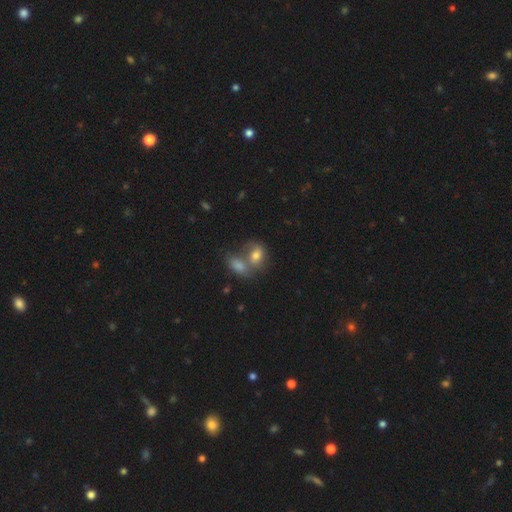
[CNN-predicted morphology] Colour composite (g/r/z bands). It shows a smooth galaxy with no disk features (70%) that is in between round and cigar-shaped (70%). Merging: merger (64%).